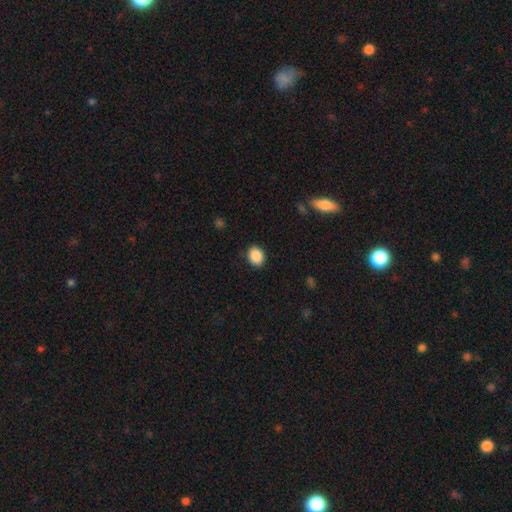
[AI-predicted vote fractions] Q: Smooth or featured?
A: smooth (89%); runner-up: star or artifact (8%)
Q: How rounded?
A: round (54%); runner-up: in between (45%)
Q: Merging?
A: none (88%); runner-up: minor disturbance (9%)